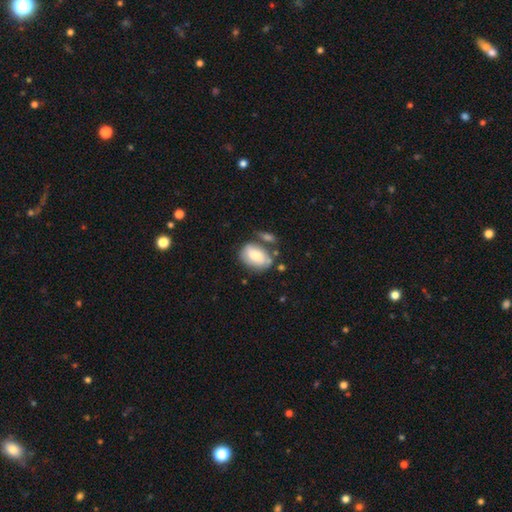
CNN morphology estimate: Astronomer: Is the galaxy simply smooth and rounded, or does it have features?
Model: smooth — 71%.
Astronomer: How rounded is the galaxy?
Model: in between — 80%.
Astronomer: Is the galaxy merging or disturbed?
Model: none — 51%.